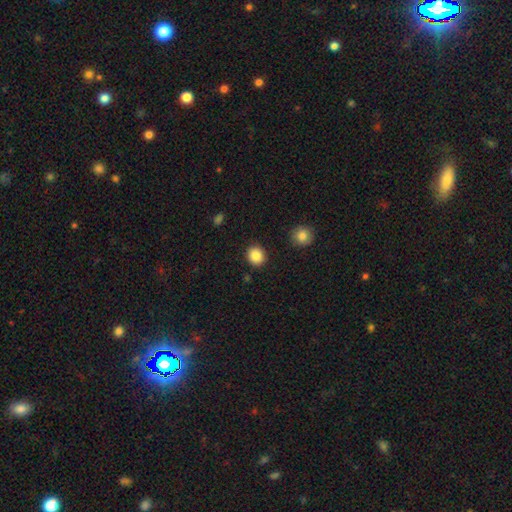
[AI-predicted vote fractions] A smooth galaxy with no disk features (87%) that is round (78%).

Vote fractions:
- Smooth or featured? smooth: 87% / star or artifact: 9% / featured or disk: 4%
- How rounded? round: 78% / in between: 21% / cigar-shaped: 1%
- Merging? none: 89% / minor disturbance: 7% / major disturbance: 2% / merger: 2%